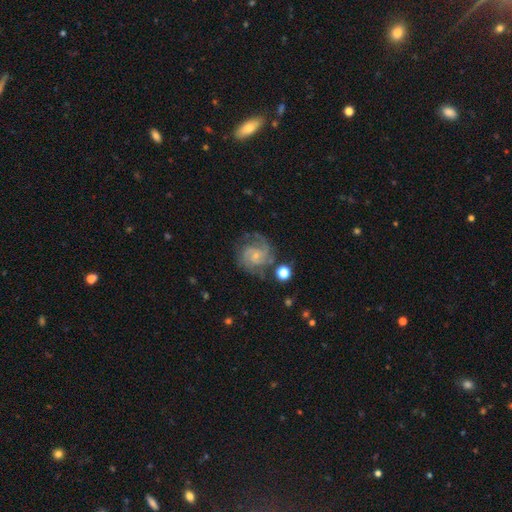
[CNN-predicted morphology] Smooth or featured? featured or disk (85%)
Edge-on disk? no (98%)
Bar? no (61%)
Spiral arms? yes (97%)
Spiral winding? medium (45%)
Spiral arm count? 2 (46%)
Bulge size? small (75%)
Merging? none (68%)